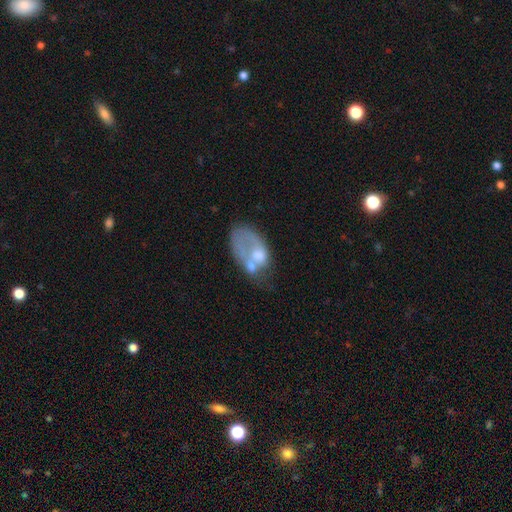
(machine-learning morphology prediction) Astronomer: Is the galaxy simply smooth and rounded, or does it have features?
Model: featured or disk — 50% (runner-up: smooth, 42%).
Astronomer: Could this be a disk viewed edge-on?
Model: no — 96%.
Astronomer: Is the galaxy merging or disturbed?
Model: major disturbance — 33% (runner-up: none, 24%).